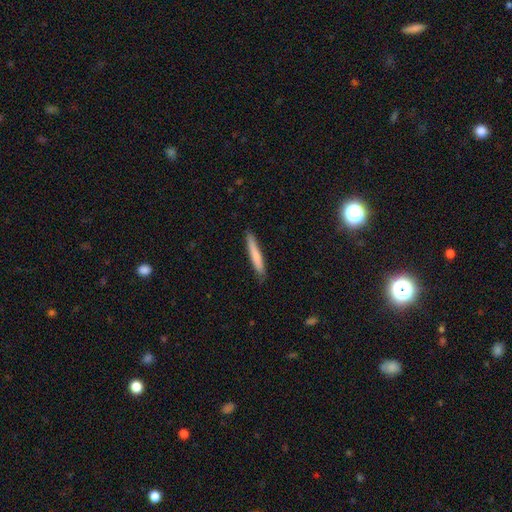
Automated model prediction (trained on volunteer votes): The model was most divided on "smooth or featured": smooth: 76%, featured or disk: 19%, star or artifact: 6%. More confident: how rounded — cigar-shaped (95%); merging — none (87%).